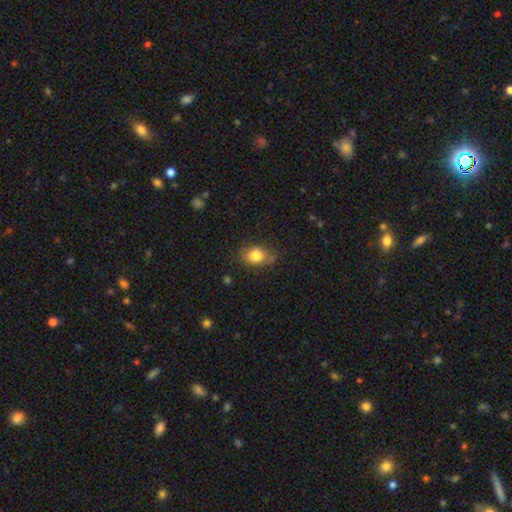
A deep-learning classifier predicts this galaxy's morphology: smooth 81%, featured or disk 10%, star or artifact 9%. Down the decision tree: how rounded — in between (70%); merging — none (67%).